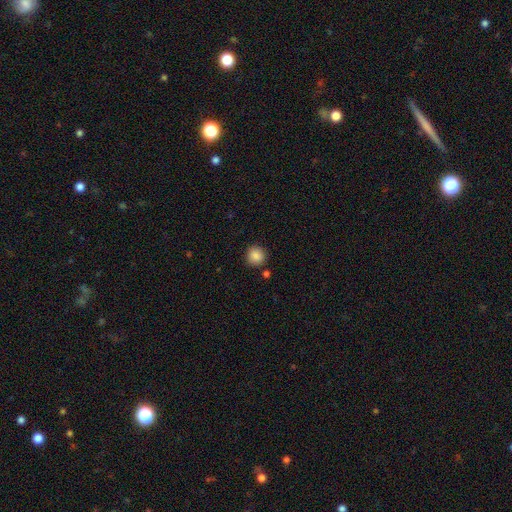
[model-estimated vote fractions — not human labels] Smooth or featured: smooth — 87% (star or artifact — 9%)
How rounded: round — 92% (in between — 7%)
Merging: none — 87% (minor disturbance — 7%)